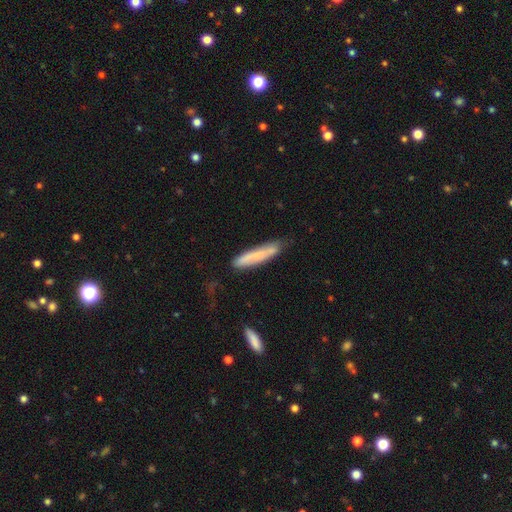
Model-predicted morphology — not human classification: Smooth or featured?
  - smooth: 67% *
  - featured or disk: 26%
  - star or artifact: 7%
How rounded?
  - cigar-shaped: 91% *
  - in between: 8%
  - round: 1%
Merging?
  - none: 71% *
  - minor disturbance: 22%
  - major disturbance: 4%
  - merger: 3%